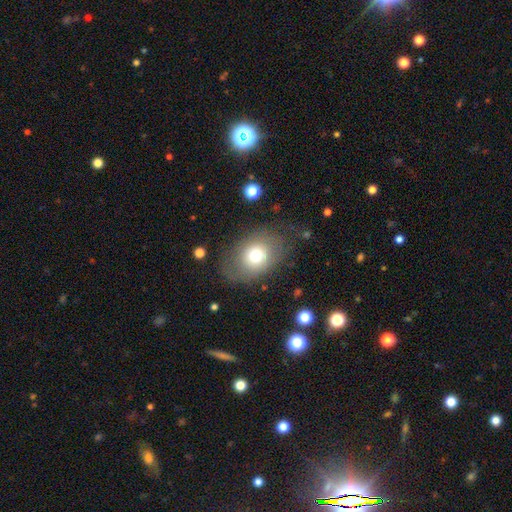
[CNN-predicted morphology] Smooth or featured? Predicted: smooth (p=0.71). How rounded? Predicted: in between (p=0.64). Merging? Predicted: none (p=0.70).